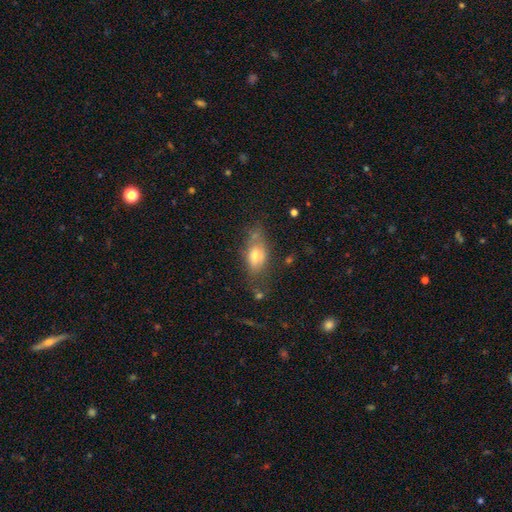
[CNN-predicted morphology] A smooth galaxy with no disk features (65%) that is in between round and cigar-shaped (82%).

Vote fractions:
- Smooth or featured? smooth: 65% / featured or disk: 25% / star or artifact: 10%
- How rounded? in between: 82% / cigar-shaped: 9% / round: 9%
- Merging? none: 55% / minor disturbance: 25% / major disturbance: 12% / merger: 9%